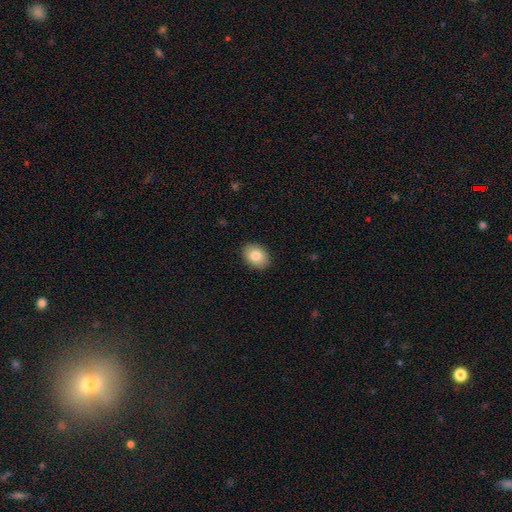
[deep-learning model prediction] Smooth or featured?
  - smooth: 85% *
  - featured or disk: 8%
  - star or artifact: 7%
How rounded?
  - in between: 71% *
  - round: 28%
  - cigar-shaped: 1%
Merging?
  - none: 89% *
  - minor disturbance: 8%
  - major disturbance: 2%
  - merger: 1%